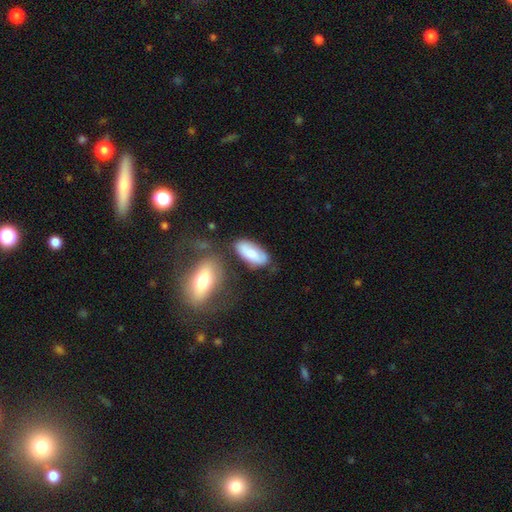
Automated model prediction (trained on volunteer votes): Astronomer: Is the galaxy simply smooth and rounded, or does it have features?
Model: smooth — 78%.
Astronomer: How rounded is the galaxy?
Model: in between — 86%.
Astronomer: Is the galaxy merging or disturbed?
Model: none — 67%.